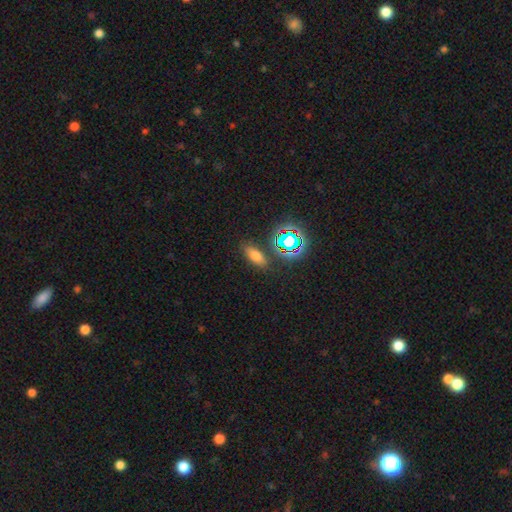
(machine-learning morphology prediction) A smooth galaxy with no disk features (62%) that is in between round and cigar-shaped (67%).

Vote fractions:
- Smooth or featured? smooth: 62% / star or artifact: 25% / featured or disk: 13%
- How rounded? in between: 67% / cigar-shaped: 24% / round: 8%
- Merging? none: 84% / minor disturbance: 10% / merger: 4% / major disturbance: 3%